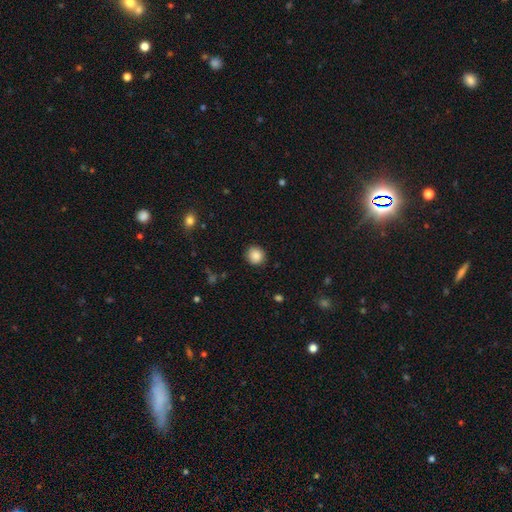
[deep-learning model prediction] The model was most divided on "smooth or featured": smooth: 88%, star or artifact: 9%, featured or disk: 3%. More confident: how rounded — round (90%); merging — none (89%).